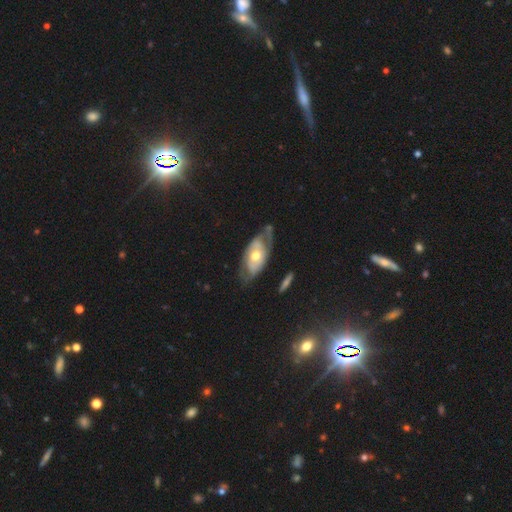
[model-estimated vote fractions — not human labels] Smooth or featured: featured or disk — 67% (smooth — 28%)
Edge-on disk: no — 88% (yes — 12%)
Bar: no — 78% (weak — 17%)
Spiral arms: yes — 57% (no — 43%)
Bulge size: moderate — 71% (small — 17%)
Merging: none — 50% (minor disturbance — 29%)